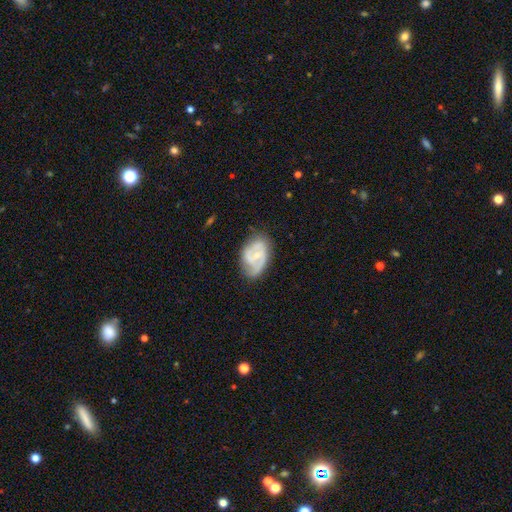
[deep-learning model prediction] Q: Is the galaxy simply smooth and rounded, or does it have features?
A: featured or disk — 75%.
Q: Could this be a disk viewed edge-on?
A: no — 97%.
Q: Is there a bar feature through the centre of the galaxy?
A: no — 47%.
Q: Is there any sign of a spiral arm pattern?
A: yes — 89%.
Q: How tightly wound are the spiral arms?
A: medium — 47%.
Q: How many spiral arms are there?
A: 2 — 67%.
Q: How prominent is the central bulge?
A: small — 60%.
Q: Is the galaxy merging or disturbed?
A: none — 64%.